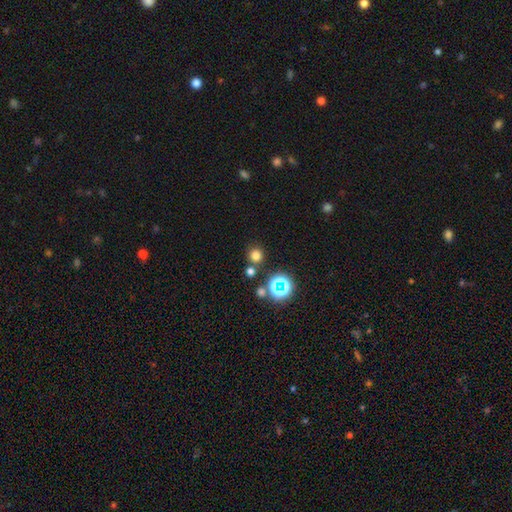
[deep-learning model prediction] smooth_or_featured: smooth (p=0.71) [alt: star or artifact p=0.23]
how_rounded: round (p=0.93) [alt: in between p=0.06]
merging: none (p=0.80) [alt: merger p=0.10]